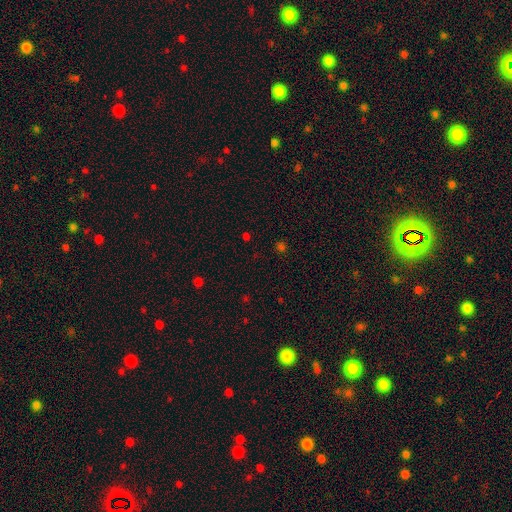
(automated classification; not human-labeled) Smooth or featured: star or artifact — 50% (smooth — 44%)